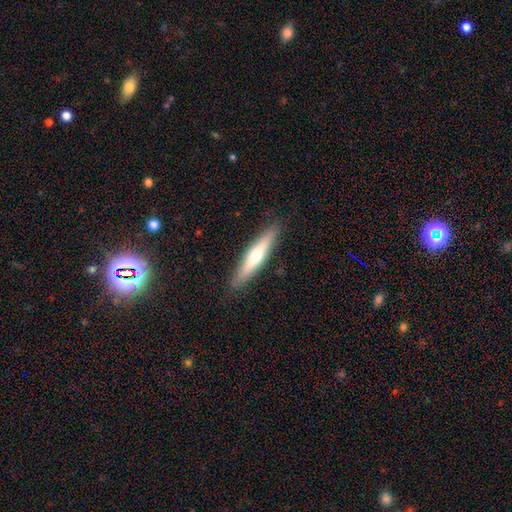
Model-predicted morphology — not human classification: Smooth or featured? Predicted: smooth (p=0.47, tied with featured or disk). Merging? Predicted: none (p=0.89).